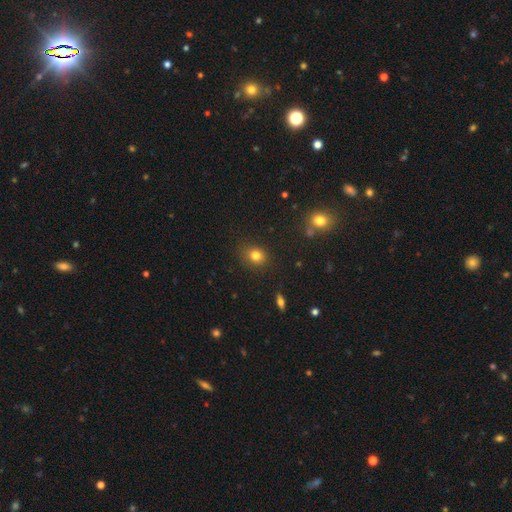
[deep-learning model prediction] Morphology: type=smooth (79%); roundness=round (64%); merging=none (85%).